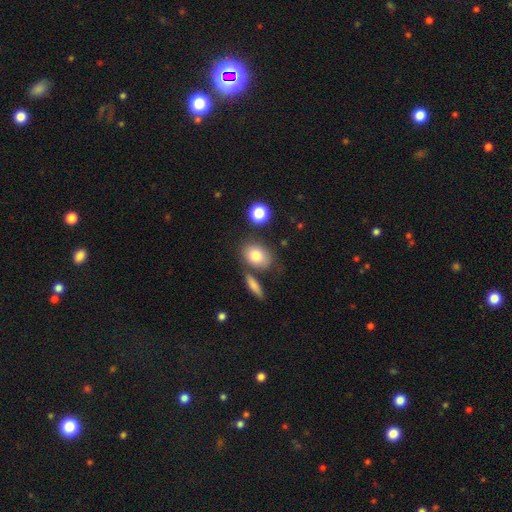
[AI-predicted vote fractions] Smooth or featured? Predicted: smooth (p=0.81). How rounded? Predicted: in between (p=0.70). Merging? Predicted: none (p=0.68).